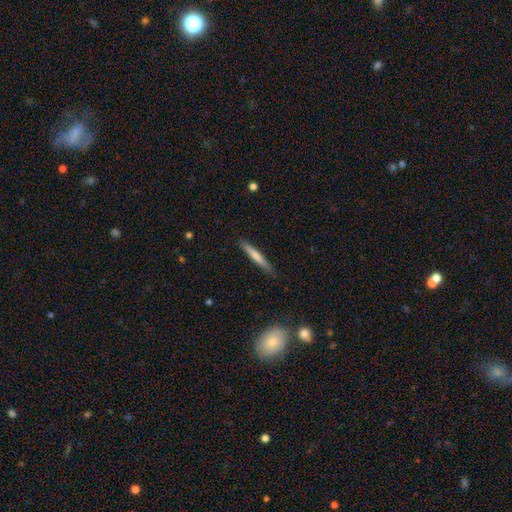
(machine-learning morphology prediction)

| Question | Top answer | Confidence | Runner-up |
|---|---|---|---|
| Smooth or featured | smooth | 66% | featured or disk (28%) |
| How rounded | cigar-shaped | 94% | in between (4%) |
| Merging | none | 86% | minor disturbance (11%) |